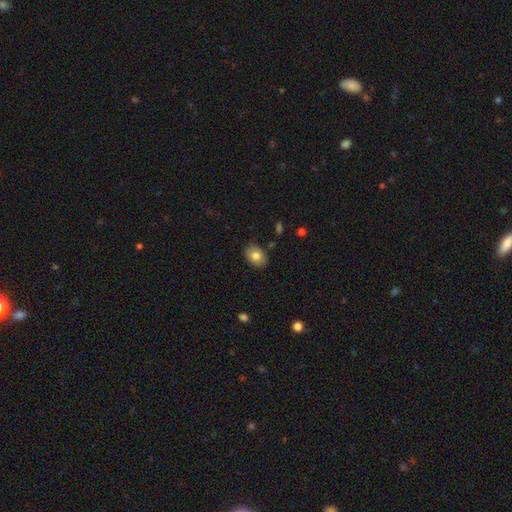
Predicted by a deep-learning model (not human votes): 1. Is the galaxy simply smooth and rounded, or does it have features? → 79% smooth, 13% featured or disk, 8% star or artifact.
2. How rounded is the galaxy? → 72% in between, 27% round, 1% cigar-shaped.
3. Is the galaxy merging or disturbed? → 85% none, 12% minor disturbance, 2% major disturbance, 1% merger.